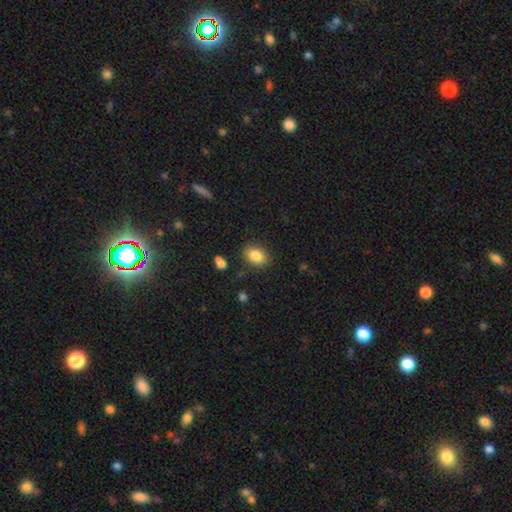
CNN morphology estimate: A smooth galaxy with no disk features (85%) that is in between round and cigar-shaped (71%). Merging: none (85%).